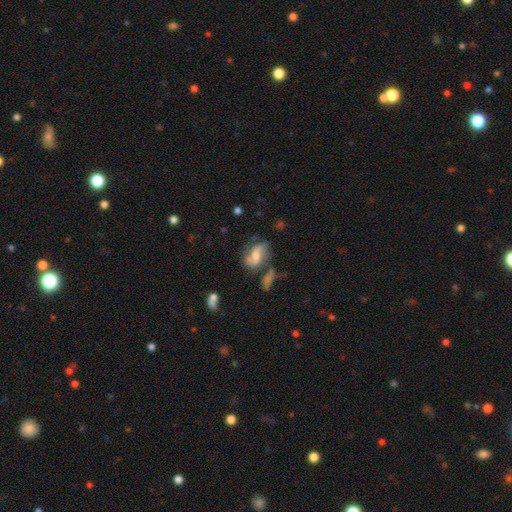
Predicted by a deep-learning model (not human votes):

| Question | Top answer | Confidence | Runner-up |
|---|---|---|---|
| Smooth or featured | featured or disk | 66% | smooth (25%) |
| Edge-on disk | no | 96% | yes (4%) |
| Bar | weak | 45% | no (40%) |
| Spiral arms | yes | 86% | no (14%) |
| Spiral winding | medium | 44% | loose (40%) |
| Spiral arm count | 2 | 80% | can't tell (10%) |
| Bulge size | moderate | 46% | small (28%) |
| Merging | none | 46% | minor disturbance (21%) |